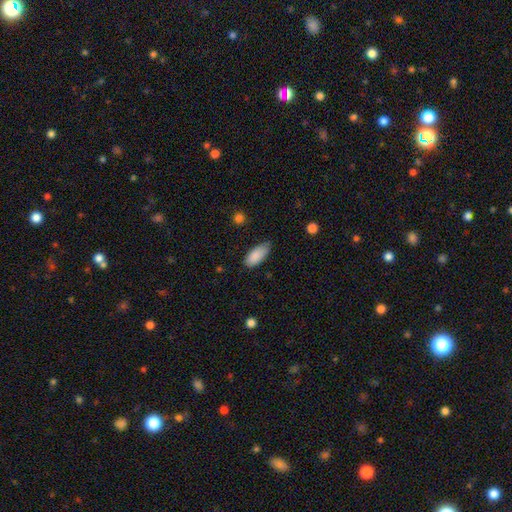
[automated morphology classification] This is clearly a smooth galaxy (88%). How rounded: clearly in between (88%). Merging: likely none (62%).